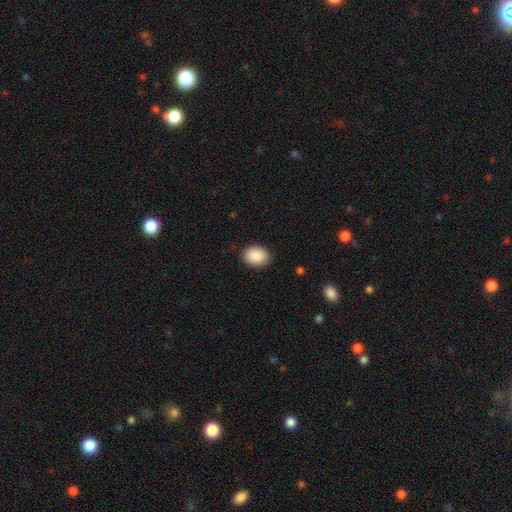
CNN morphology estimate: smooth 90%, star or artifact 7%, featured or disk 3%. Down the decision tree: how rounded — in between (61%); merging — none (88%).